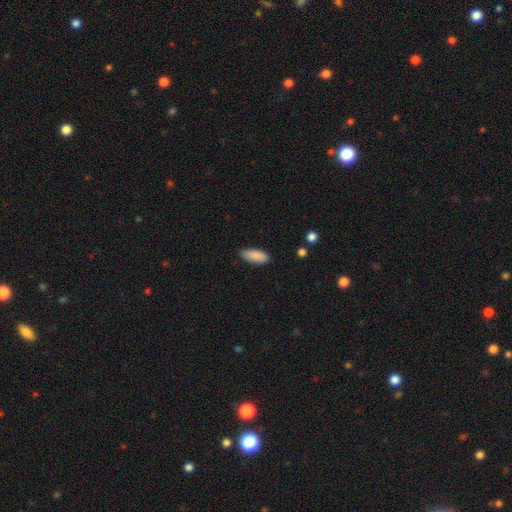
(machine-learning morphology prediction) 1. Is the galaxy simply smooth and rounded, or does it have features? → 89% smooth, 6% star or artifact, 5% featured or disk.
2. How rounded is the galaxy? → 82% in between, 16% cigar-shaped, 2% round.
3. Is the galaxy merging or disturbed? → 87% none, 10% minor disturbance, 2% major disturbance, 1% merger.